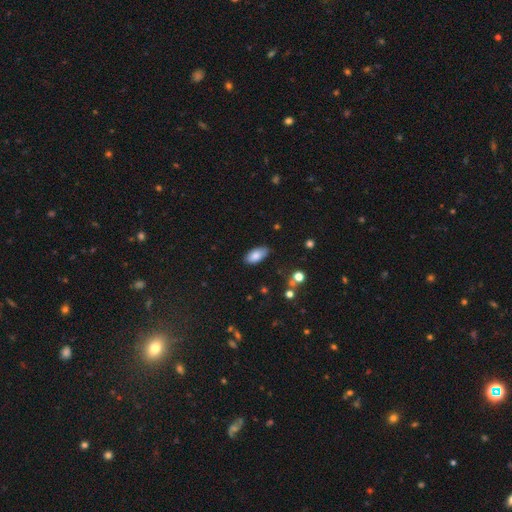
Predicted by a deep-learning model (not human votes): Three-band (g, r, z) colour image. It shows a smooth galaxy with no disk features (84%) that is in between round and cigar-shaped (92%). Merging: none (82%).